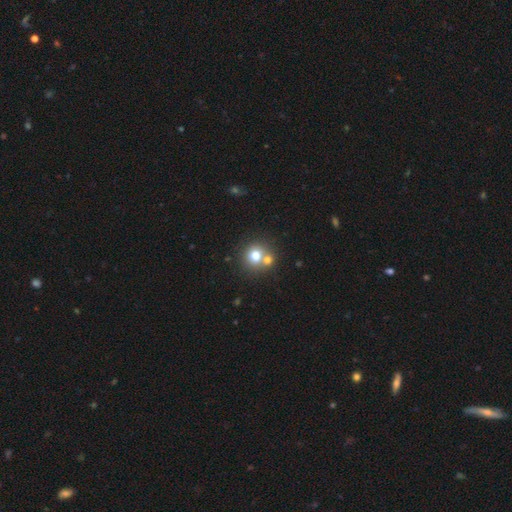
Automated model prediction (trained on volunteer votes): Smooth or featured? smooth (73%)
How rounded? round (88%)
Merging? none (56%)